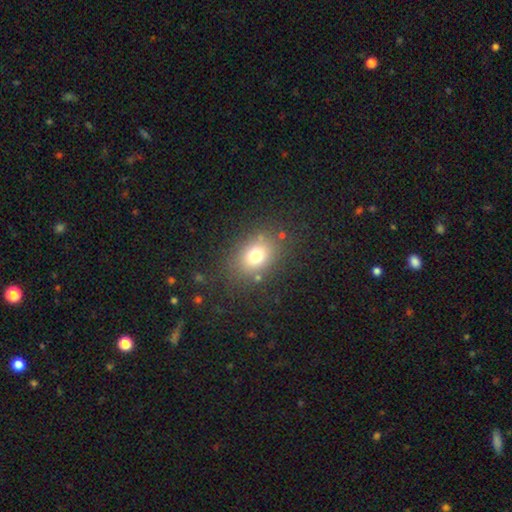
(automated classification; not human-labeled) This appears to be a smooth galaxy with no disk features (73%) that is in between round and cigar-shaped (57%). Merging: none (80%).